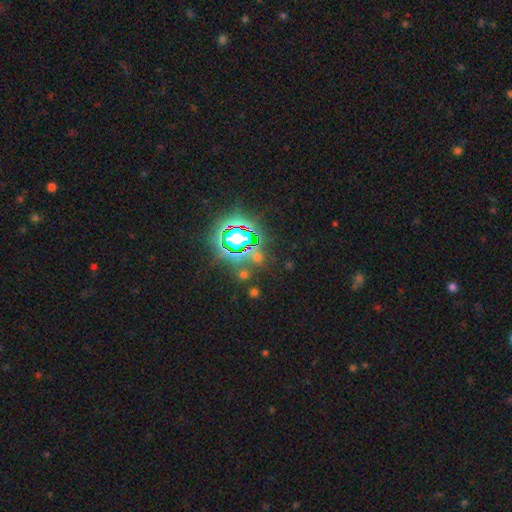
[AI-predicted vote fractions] The model was most divided on "smooth or featured": star or artifact: 75%, smooth: 16%, featured or disk: 9%.